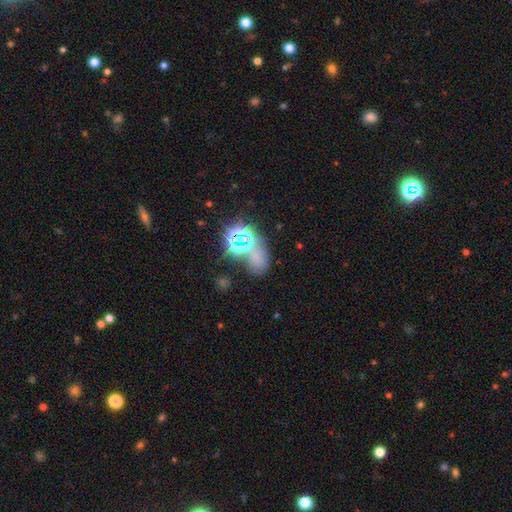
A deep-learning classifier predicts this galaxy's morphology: A star or artifact, not a galaxy (54%).

Vote fractions:
- Smooth or featured? star or artifact: 54% / smooth: 35% / featured or disk: 11%